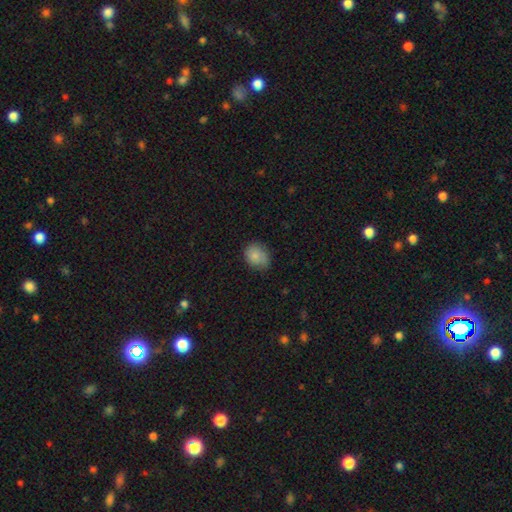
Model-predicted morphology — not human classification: A smooth galaxy with no disk features (84%) that is in between round and cigar-shaped (50%).

Vote fractions:
- Smooth or featured? smooth: 84% / star or artifact: 8% / featured or disk: 8%
- How rounded? in between: 50% / round: 49% / cigar-shaped: 1%
- Merging? none: 67% / minor disturbance: 26% / major disturbance: 5% / merger: 1%